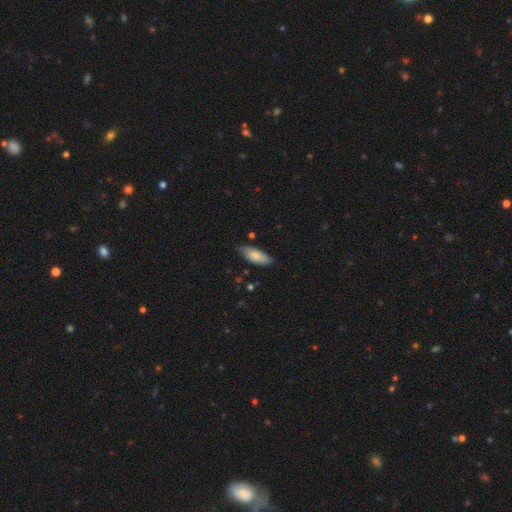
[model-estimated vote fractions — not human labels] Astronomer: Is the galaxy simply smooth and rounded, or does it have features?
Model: smooth — 82%.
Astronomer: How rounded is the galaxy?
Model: in between — 80%.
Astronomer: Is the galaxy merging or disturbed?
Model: none — 72%.